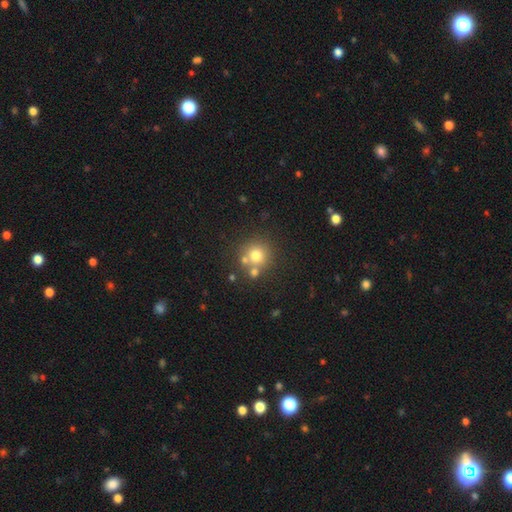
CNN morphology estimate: A smooth galaxy with no disk features (73%) that is round (91%).

Vote fractions:
- Smooth or featured? smooth: 73% / star or artifact: 14% / featured or disk: 13%
- How rounded? round: 91% / in between: 8% / cigar-shaped: 1%
- Merging? none: 66% / merger: 22% / minor disturbance: 9% / major disturbance: 4%